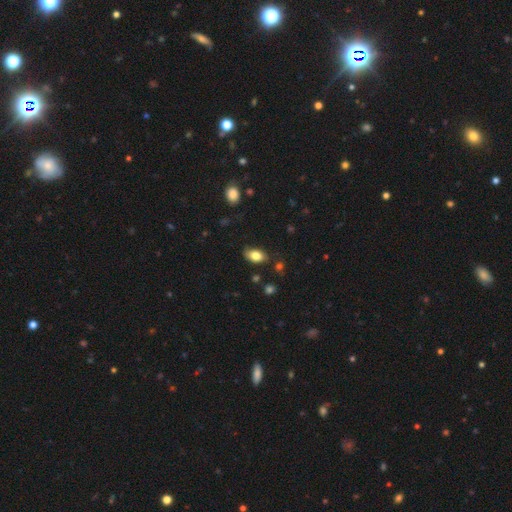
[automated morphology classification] A smooth galaxy with no disk features (82%) that is in between round and cigar-shaped (91%).

Vote fractions:
- Smooth or featured? smooth: 82% / featured or disk: 11% / star or artifact: 8%
- How rounded? in between: 91% / round: 7% / cigar-shaped: 2%
- Merging? none: 74% / minor disturbance: 20% / major disturbance: 4% / merger: 2%